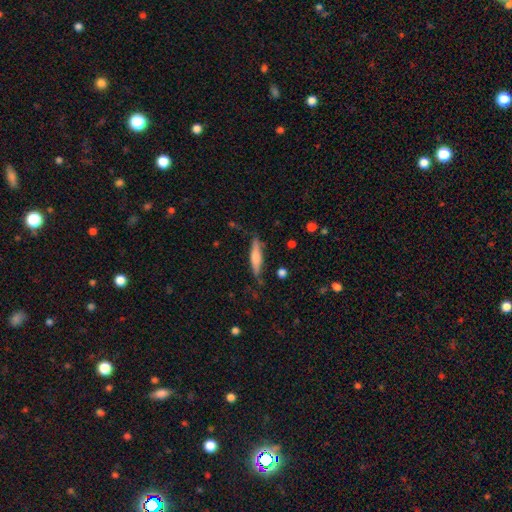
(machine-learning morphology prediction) This is likely a smooth galaxy (61%). How rounded: likely cigar-shaped (79%). Merging: likely none (74%).